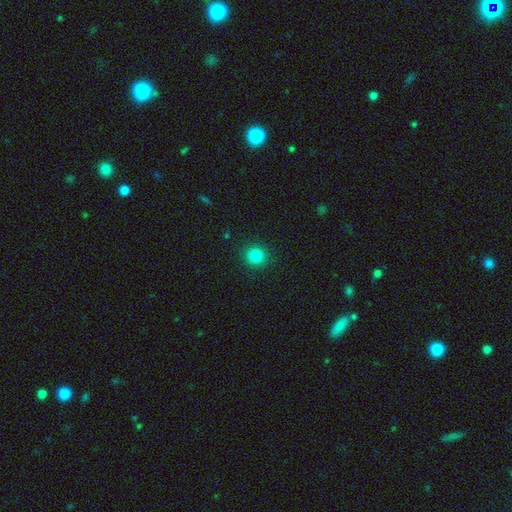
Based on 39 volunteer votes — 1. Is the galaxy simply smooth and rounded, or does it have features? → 92% smooth, 5% star or artifact, 3% featured or disk.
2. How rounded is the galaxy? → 92% round, 8% in between, 0% cigar-shaped.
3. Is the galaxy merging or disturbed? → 92% none, 3% minor disturbance, 3% major disturbance, 3% merger.